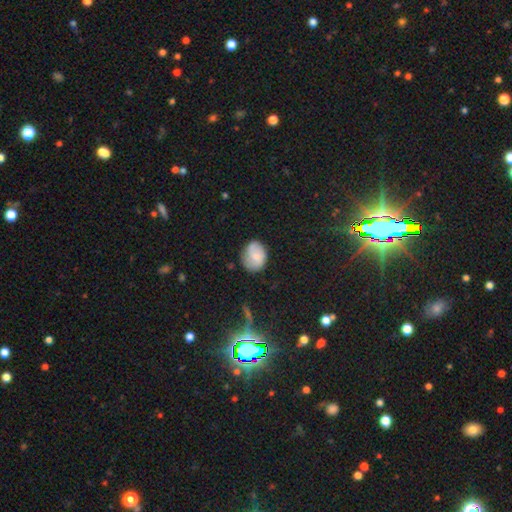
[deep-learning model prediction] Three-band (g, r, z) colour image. It shows a smooth galaxy with no disk features (71%) that is round (50%). Merging: none (67%).